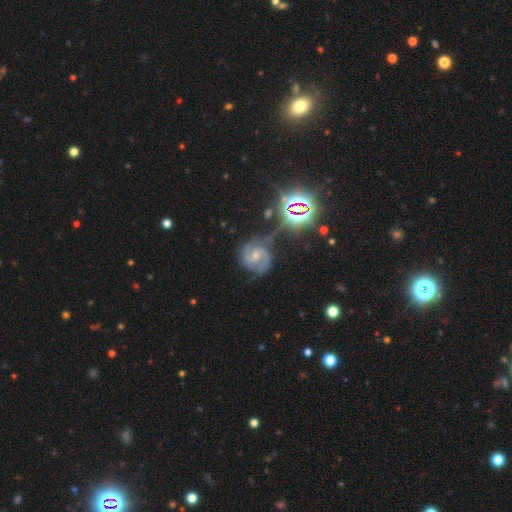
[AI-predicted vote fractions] This appears to be a featured or disk galaxy (86%) with no bar (52%), 2 (83%) medium (56%) spiral arms (98%) and a small central bulge (59%). Merging: none (65%).